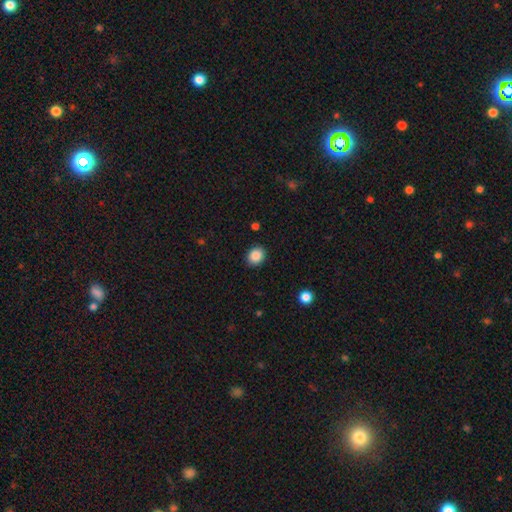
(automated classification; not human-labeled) smooth_or_featured: smooth (p=0.88) [alt: star or artifact p=0.09]
how_rounded: round (p=0.66) [alt: in between p=0.33]
merging: none (p=0.90) [alt: minor disturbance p=0.07]